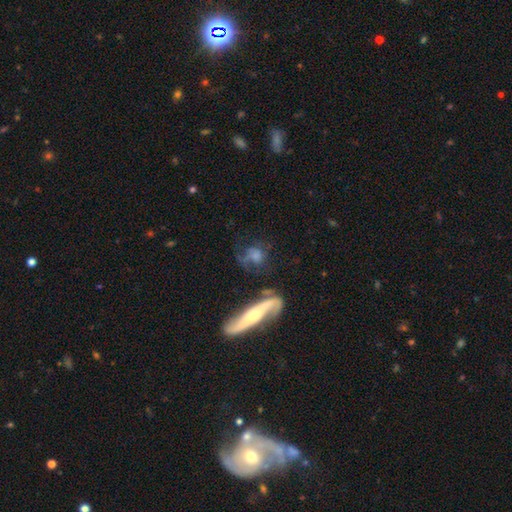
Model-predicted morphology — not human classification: smooth_or_featured: featured or disk (p=0.50) [alt: smooth p=0.37]
merging: none (p=0.54) [alt: minor disturbance p=0.19]